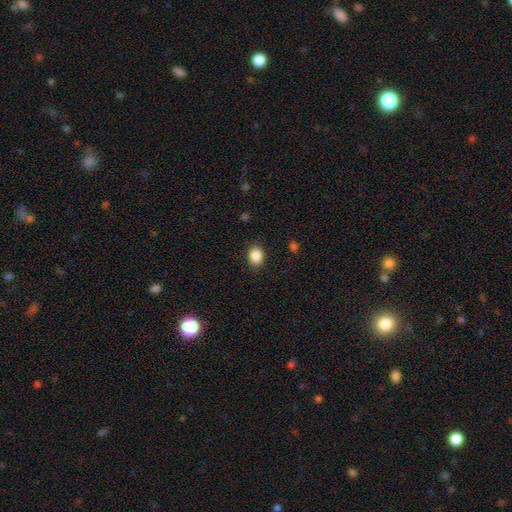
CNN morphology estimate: Smooth or featured? Predicted: smooth (p=0.88). How rounded? Predicted: in between (p=0.63). Merging? Predicted: none (p=0.88).